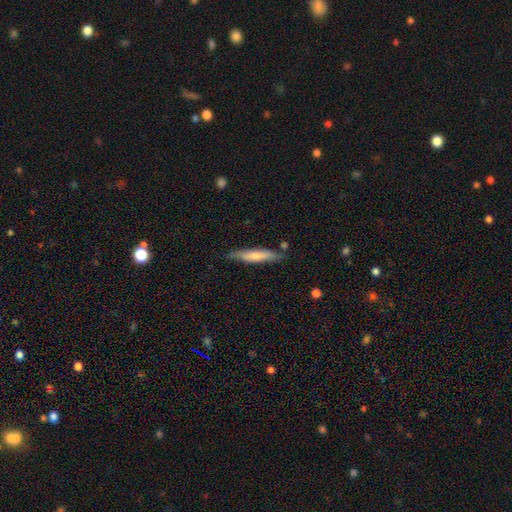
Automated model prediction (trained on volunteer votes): A smooth galaxy with no disk features (61%) that is cigar-shaped (86%). Merging: none (77%).